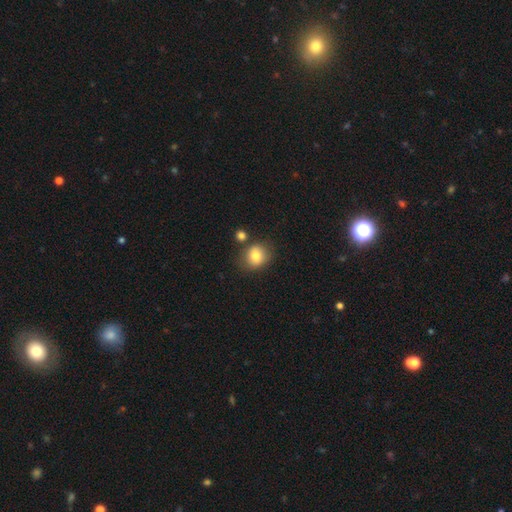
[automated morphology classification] Smooth or featured?
  - smooth: 81% *
  - star or artifact: 9%
  - featured or disk: 9%
How rounded?
  - round: 69% *
  - in between: 30%
  - cigar-shaped: 1%
Merging?
  - none: 72% *
  - minor disturbance: 14%
  - merger: 11%
  - major disturbance: 4%